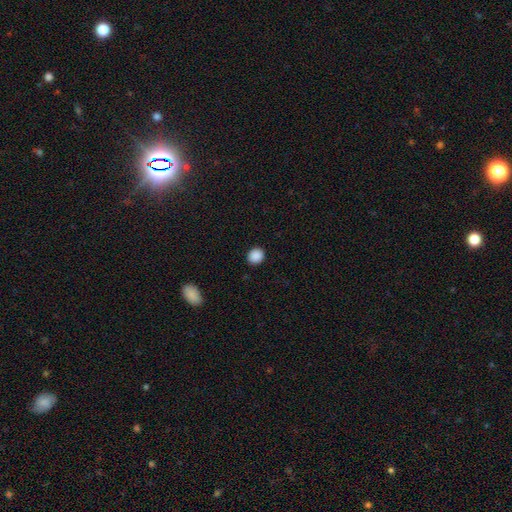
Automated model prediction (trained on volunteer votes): The model was most divided on "how rounded": round: 80%, in between: 19%, cigar-shaped: 1%. More confident: merging — none (91%); smooth or featured — smooth (89%).